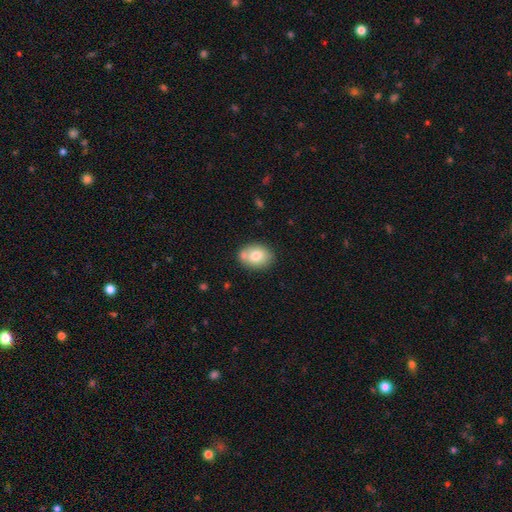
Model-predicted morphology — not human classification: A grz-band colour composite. It shows a smooth galaxy with no disk features (75%) that is in between round and cigar-shaped (66%). Merging: none (64%).